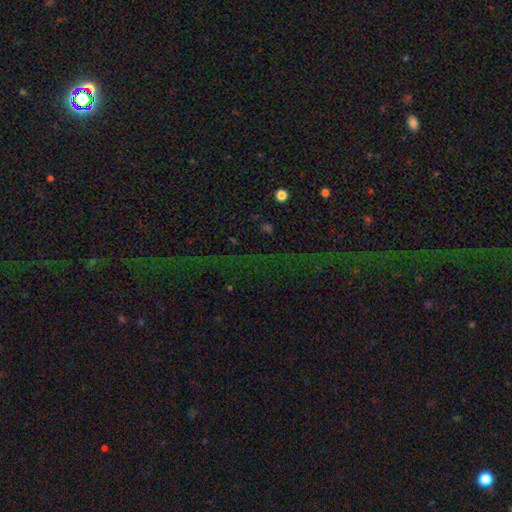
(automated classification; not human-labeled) The model was most divided on "smooth or featured": star or artifact: 76%, featured or disk: 13%, smooth: 12%.